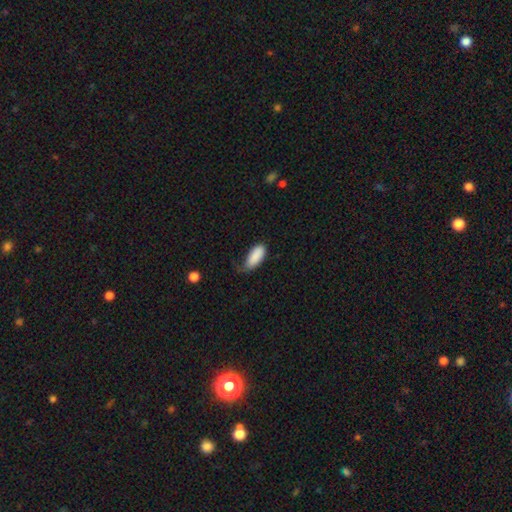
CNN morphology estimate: type=smooth (88%); roundness=in between (89%); merging=none (43%).